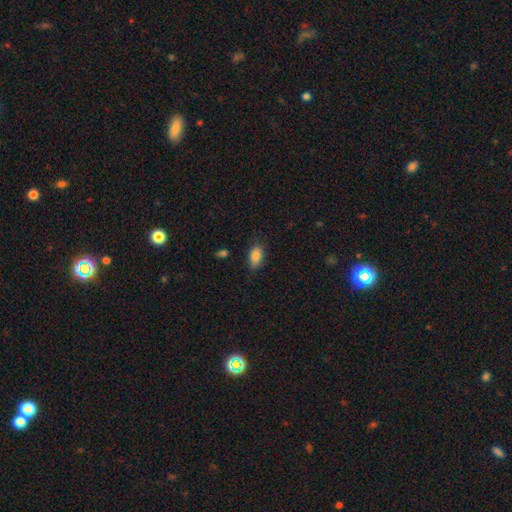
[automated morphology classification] This is clearly a smooth galaxy (85%). How rounded: clearly in between (90%). Merging: clearly none (82%).